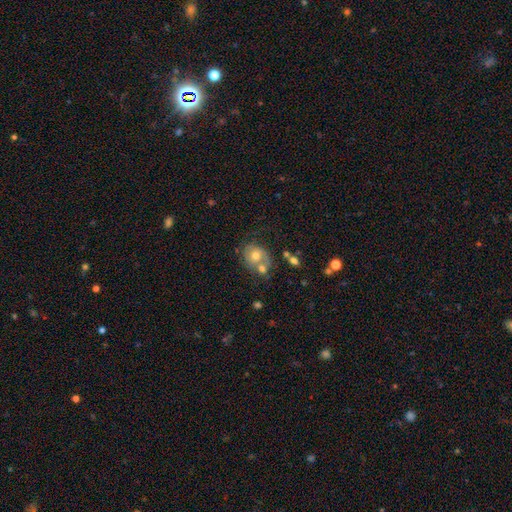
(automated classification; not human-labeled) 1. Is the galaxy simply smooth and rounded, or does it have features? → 47% smooth, 43% featured or disk, 9% star or artifact.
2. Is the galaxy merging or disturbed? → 39% merger, 35% none, 16% minor disturbance, 10% major disturbance.